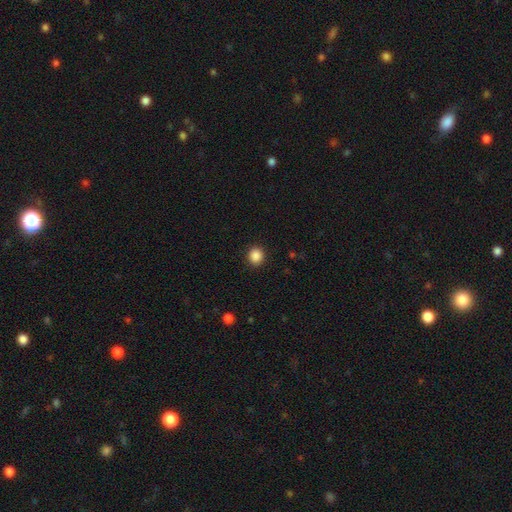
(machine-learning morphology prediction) smooth 87%, star or artifact 10%, featured or disk 3%. Down the decision tree: how rounded — round (86%); merging — none (92%).